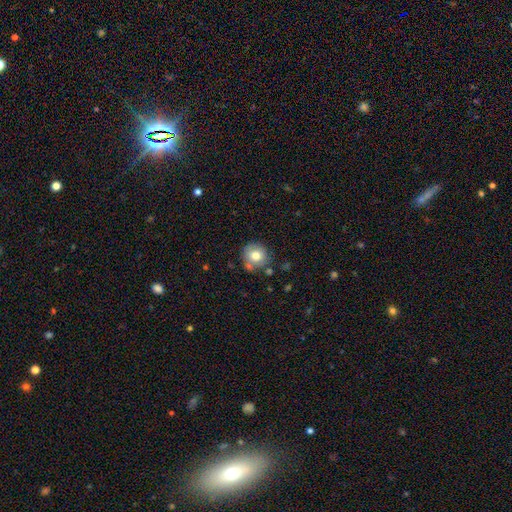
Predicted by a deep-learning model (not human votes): The model was most divided on "merging": none: 72%, minor disturbance: 15%, merger: 9%, major disturbance: 4%. More confident: how rounded — round (89%); smooth or featured — smooth (75%).